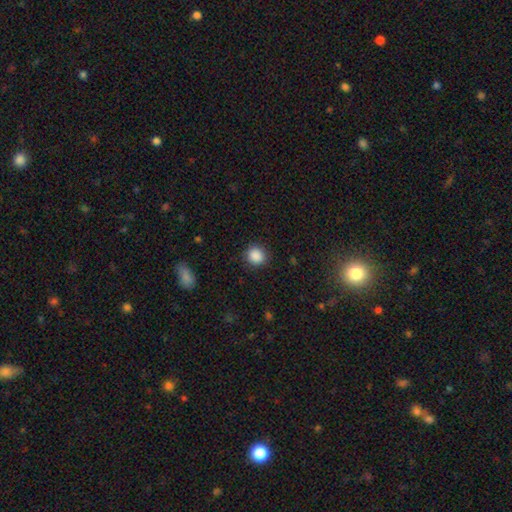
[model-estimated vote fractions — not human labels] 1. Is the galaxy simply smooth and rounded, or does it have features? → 88% smooth, 10% star or artifact, 3% featured or disk.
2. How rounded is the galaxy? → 88% round, 11% in between, 1% cigar-shaped.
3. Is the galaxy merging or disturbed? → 88% none, 8% minor disturbance, 3% major disturbance, 1% merger.